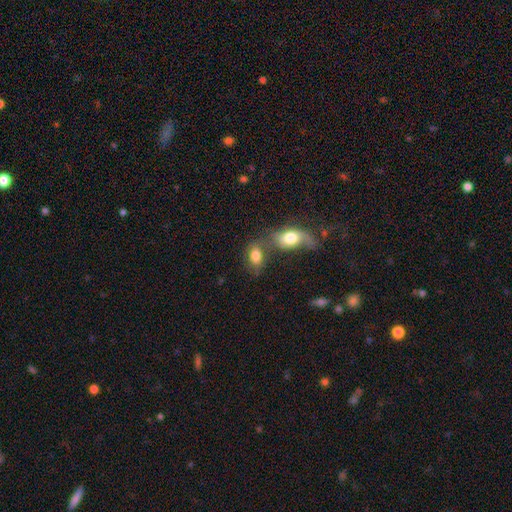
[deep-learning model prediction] The model was most divided on "merging": merger: 45%, none: 34%, minor disturbance: 12%, major disturbance: 9%. More confident: how rounded — in between (84%); smooth or featured — smooth (76%).